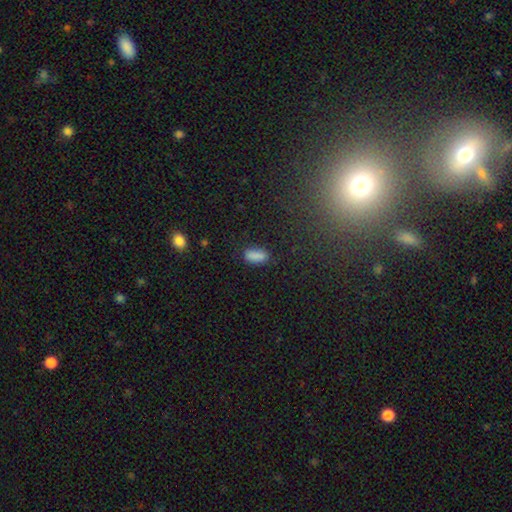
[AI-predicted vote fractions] Smooth or featured?
  - smooth: 85% *
  - star or artifact: 10%
  - featured or disk: 5%
How rounded?
  - in between: 86% *
  - cigar-shaped: 11%
  - round: 3%
Merging?
  - none: 76% *
  - minor disturbance: 17%
  - major disturbance: 5%
  - merger: 2%